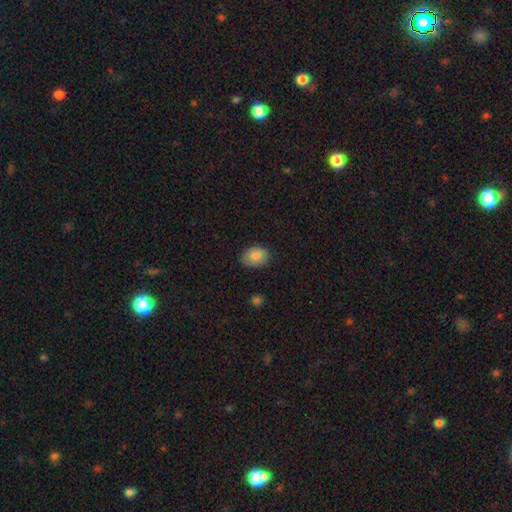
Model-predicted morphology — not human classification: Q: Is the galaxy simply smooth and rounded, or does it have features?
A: smooth — 84%.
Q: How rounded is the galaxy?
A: in between — 74%.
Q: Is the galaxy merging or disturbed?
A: none — 84%.